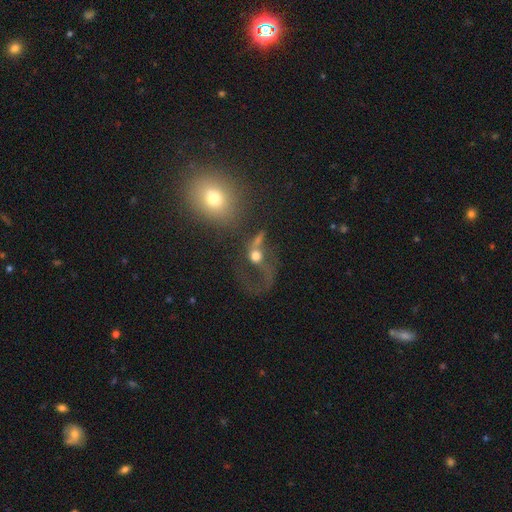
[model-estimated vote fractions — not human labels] smooth-or-featured: featured or disk: 42% (tied) | smooth: 42% (tied) | star or artifact: 16%
  merging: major disturbance: 39% | merger: 33% | none: 18% | minor disturbance: 10%